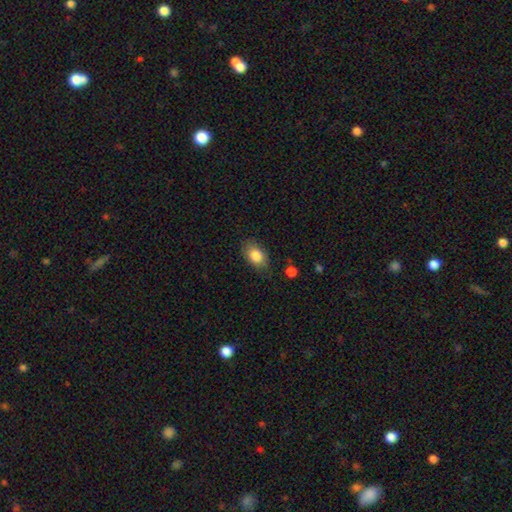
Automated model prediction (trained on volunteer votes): A smooth galaxy with no disk features (84%) that is in between round and cigar-shaped (83%). Merging: none (79%).